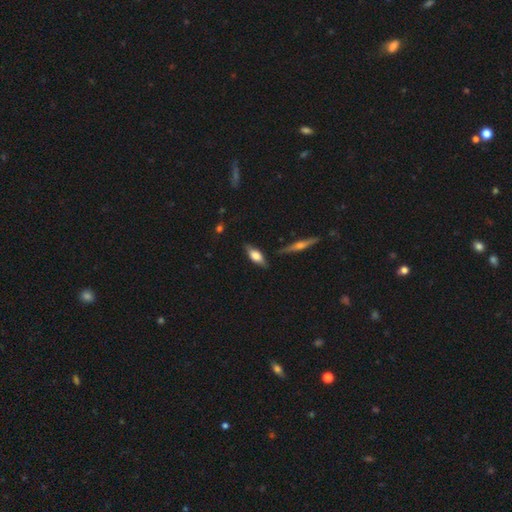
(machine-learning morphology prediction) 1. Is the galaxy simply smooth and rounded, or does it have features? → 65% smooth, 29% featured or disk, 6% star or artifact.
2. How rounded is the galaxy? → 73% in between, 24% cigar-shaped, 3% round.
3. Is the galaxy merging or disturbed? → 79% none, 15% minor disturbance, 3% merger, 3% major disturbance.